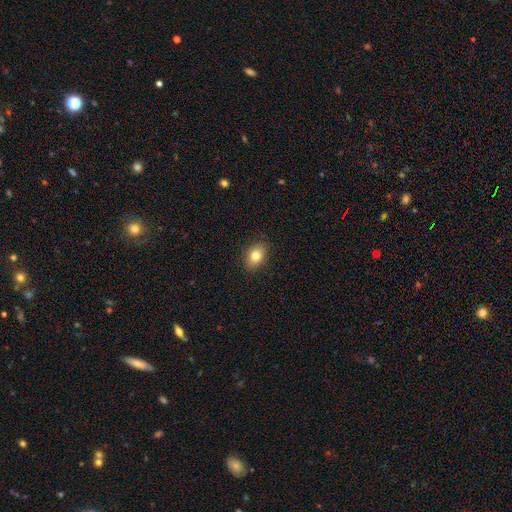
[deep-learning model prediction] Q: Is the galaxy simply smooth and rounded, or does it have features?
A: smooth — 80%.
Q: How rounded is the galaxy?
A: in between — 78%.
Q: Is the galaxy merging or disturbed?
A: none — 88%.